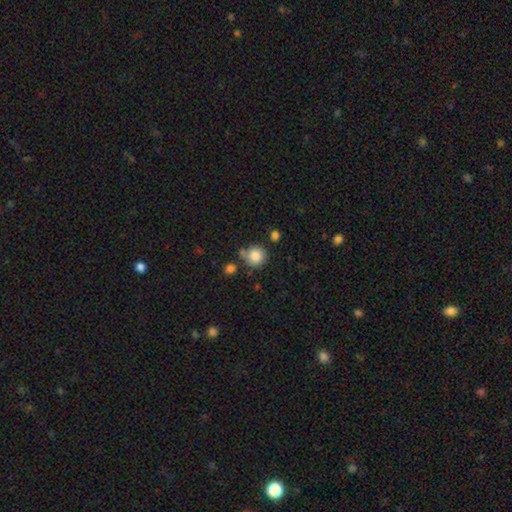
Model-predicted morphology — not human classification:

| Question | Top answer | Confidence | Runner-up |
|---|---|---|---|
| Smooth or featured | smooth | 85% | star or artifact (9%) |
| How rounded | round | 92% | in between (7%) |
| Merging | none | 72% | minor disturbance (13%) |